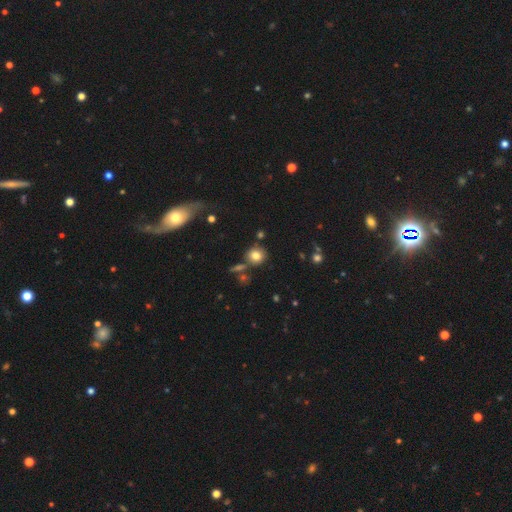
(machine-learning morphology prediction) smooth-or-featured: smooth: 80% | star or artifact: 12% | featured or disk: 8%
  how-rounded: round: 86% | in between: 13% | cigar-shaped: 1%
  merging: none: 77% | minor disturbance: 10% | merger: 9% | major disturbance: 4%